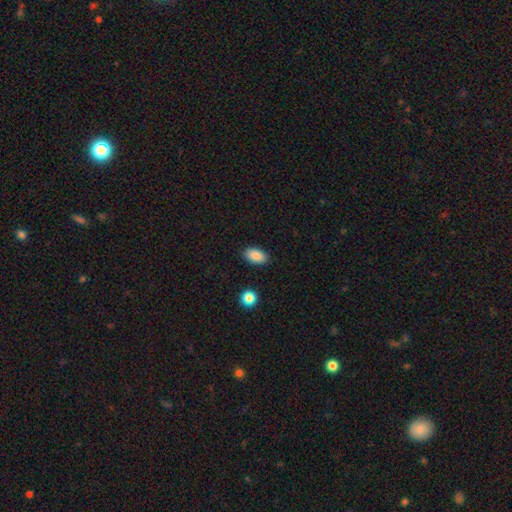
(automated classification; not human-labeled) The model was most divided on "merging": none: 88%, minor disturbance: 8%, major disturbance: 2%, merger: 1%. More confident: how rounded — in between (93%); smooth or featured — smooth (87%).